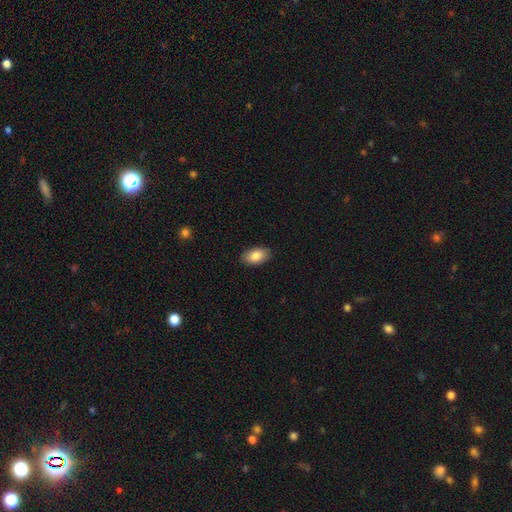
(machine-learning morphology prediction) This is clearly a smooth galaxy (87%). How rounded: clearly in between (94%). Merging: clearly none (88%).